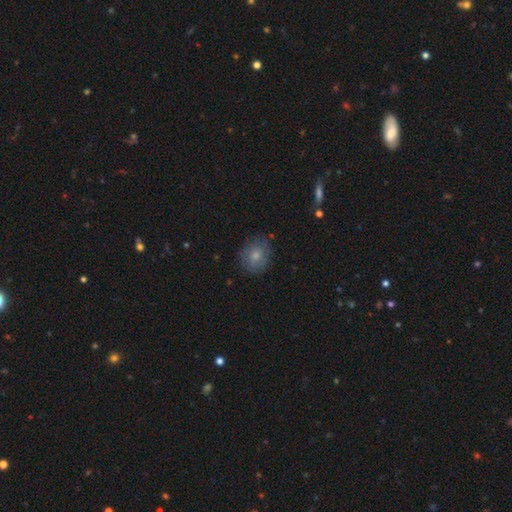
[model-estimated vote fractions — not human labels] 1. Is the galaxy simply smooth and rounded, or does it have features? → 73% smooth, 18% featured or disk, 9% star or artifact.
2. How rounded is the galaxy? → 59% round, 39% in between, 1% cigar-shaped.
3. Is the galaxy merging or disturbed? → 74% none, 19% minor disturbance, 5% major disturbance, 1% merger.